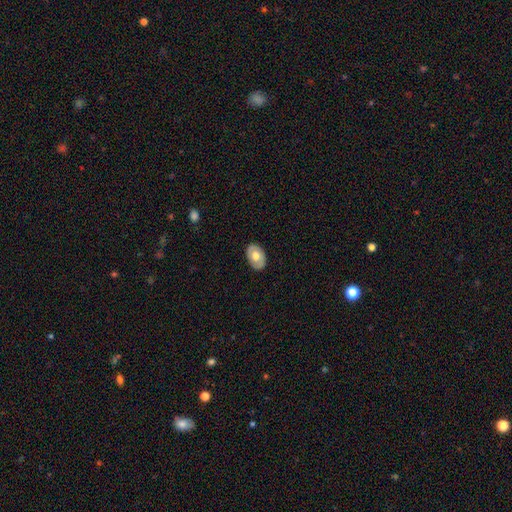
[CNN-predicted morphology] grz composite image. It shows a smooth galaxy with no disk features (60%) that is in between round and cigar-shaped (84%). Merging: none (85%).